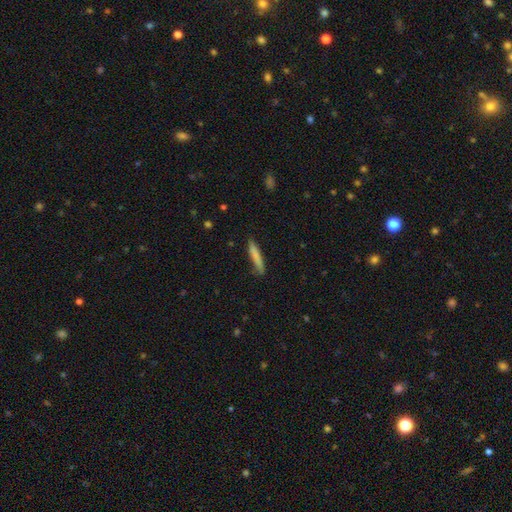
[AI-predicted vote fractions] This is likely a smooth galaxy (78%). How rounded: clearly cigar-shaped (92%). Merging: clearly none (81%).